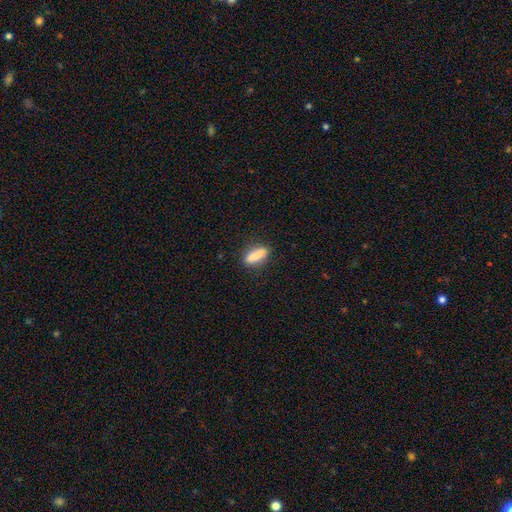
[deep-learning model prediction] Morphology: type=smooth (81%); roundness=cigar-shaped (56%); merging=none (79%).